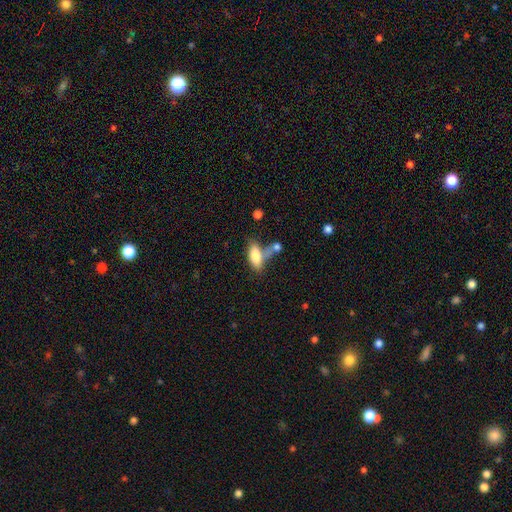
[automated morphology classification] smooth_or_featured: smooth (p=0.76) [alt: featured or disk p=0.16]
how_rounded: in between (p=0.81) [alt: cigar-shaped p=0.16]
merging: none (p=0.39) [alt: merger p=0.34]